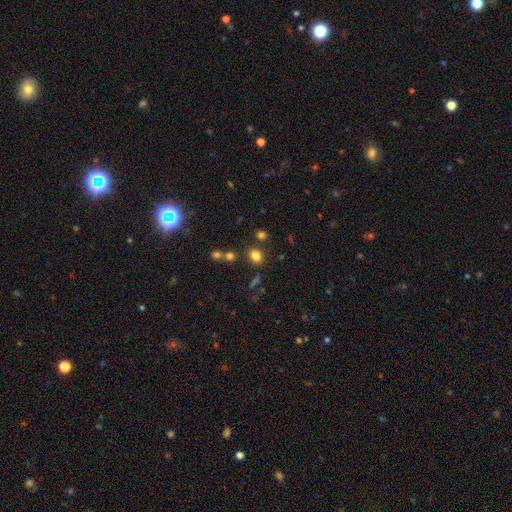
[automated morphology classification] This is likely a smooth galaxy (79%). How rounded: possibly round (54%). Merging: likely none (80%).